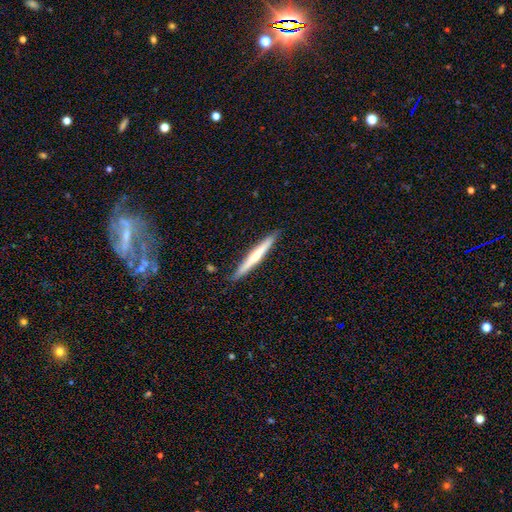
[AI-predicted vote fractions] This is possibly a featured or disk galaxy (51%). It is clearly viewed edge-on (97%). Merging: clearly none (88%).